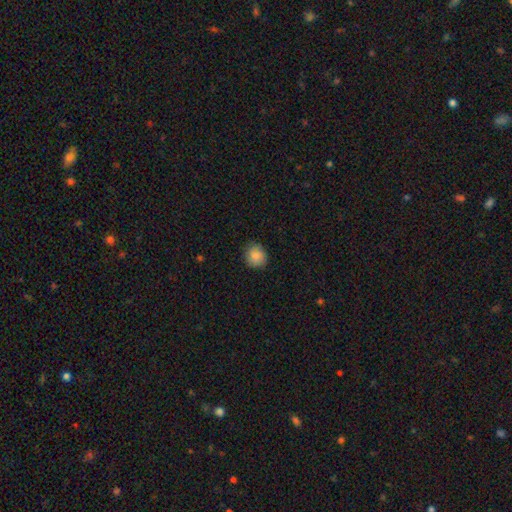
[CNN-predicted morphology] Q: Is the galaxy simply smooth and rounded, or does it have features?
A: smooth — 86%.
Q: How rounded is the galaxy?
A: round — 81%.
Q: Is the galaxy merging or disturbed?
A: none — 86%.